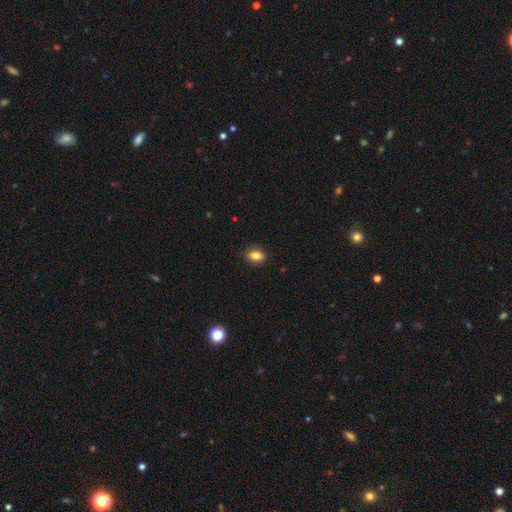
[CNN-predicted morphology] A smooth galaxy with no disk features (85%) that is in between round and cigar-shaped (71%). Merging: none (88%).